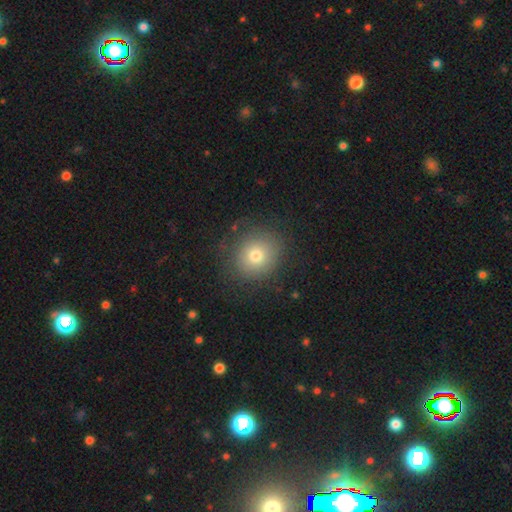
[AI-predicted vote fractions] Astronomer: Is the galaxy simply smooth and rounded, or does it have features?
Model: smooth — 72%.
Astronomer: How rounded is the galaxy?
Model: round — 83%.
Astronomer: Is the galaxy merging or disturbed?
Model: none — 77%.